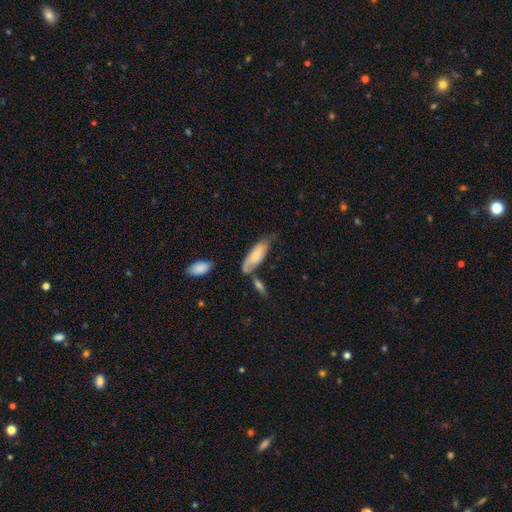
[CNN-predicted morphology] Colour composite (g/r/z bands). It shows a smooth galaxy with no disk features (72%) that is in between round and cigar-shaped (66%). Merging: none (45%).